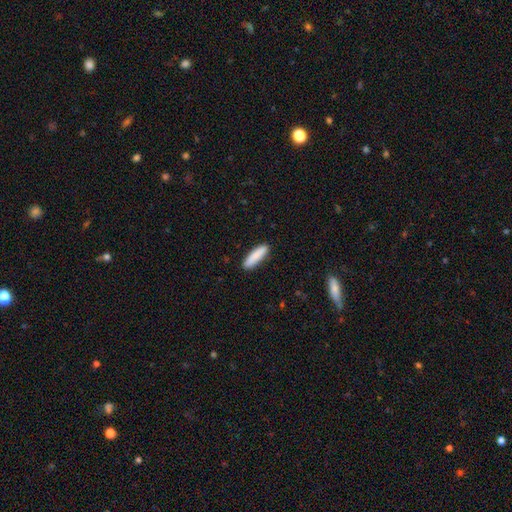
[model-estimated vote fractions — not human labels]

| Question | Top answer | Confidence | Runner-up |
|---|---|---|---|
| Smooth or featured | smooth | 88% | featured or disk (6%) |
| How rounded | cigar-shaped | 67% | in between (31%) |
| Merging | none | 89% | minor disturbance (8%) |